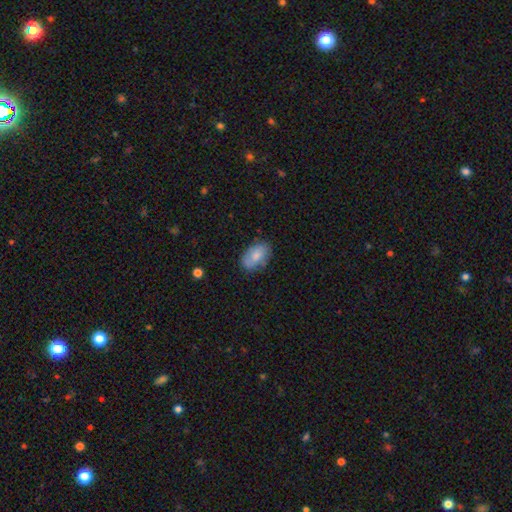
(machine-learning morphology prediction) This appears to be a smooth galaxy with no disk features (78%) that is in between round and cigar-shaped (93%). Merging: none (76%).